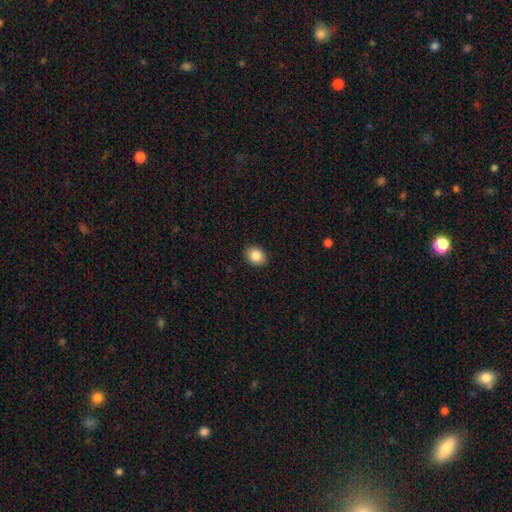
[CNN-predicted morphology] type=smooth (87%); roundness=in between (64%); merging=none (90%).